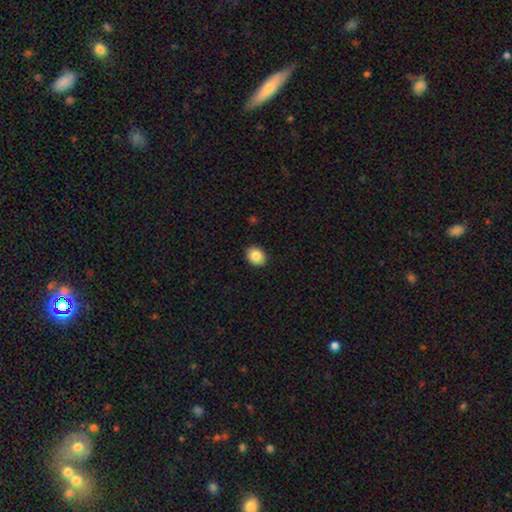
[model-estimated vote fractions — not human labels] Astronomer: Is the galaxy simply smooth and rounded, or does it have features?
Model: smooth — 86%.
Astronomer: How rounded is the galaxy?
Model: round — 52% (runner-up: in between, 47%).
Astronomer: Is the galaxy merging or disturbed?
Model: none — 90%.